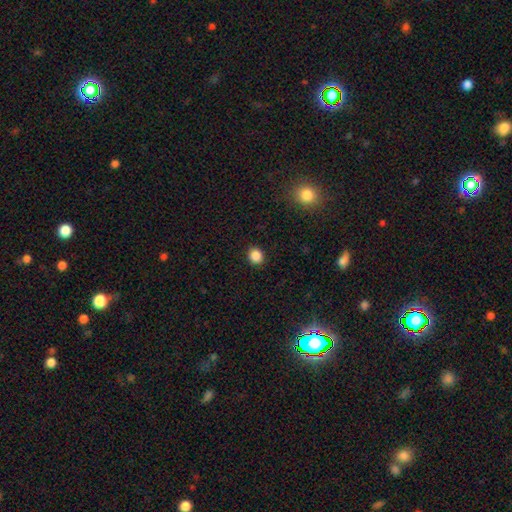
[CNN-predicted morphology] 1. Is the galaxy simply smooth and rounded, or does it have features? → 86% smooth, 11% star or artifact, 3% featured or disk.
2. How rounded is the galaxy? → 74% round, 25% in between, 1% cigar-shaped.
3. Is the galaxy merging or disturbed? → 90% none, 6% minor disturbance, 2% major disturbance, 1% merger.